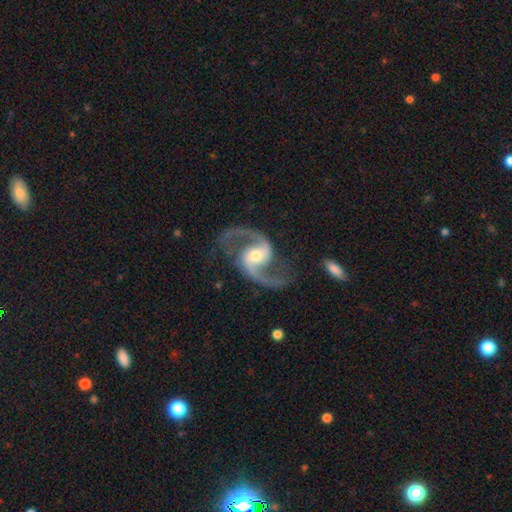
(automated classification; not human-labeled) This appears to be a featured or disk galaxy (94%) with a weak bar (41%), 2 (95%) medium (49%) spiral arms (98%) and a moderate central bulge (63%). Merging: none (81%).